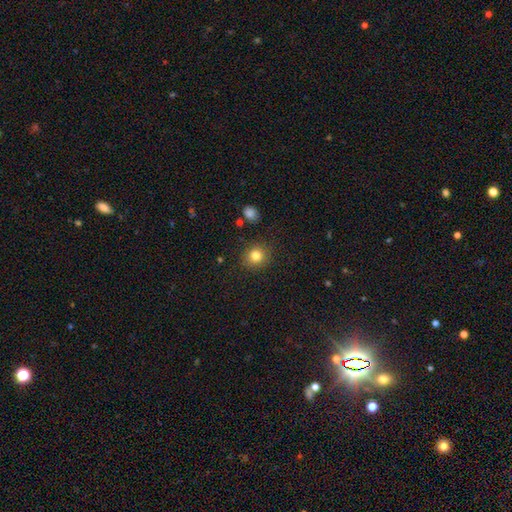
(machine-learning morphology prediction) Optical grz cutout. It shows a smooth galaxy with no disk features (82%) that is round (83%). Merging: none (88%).